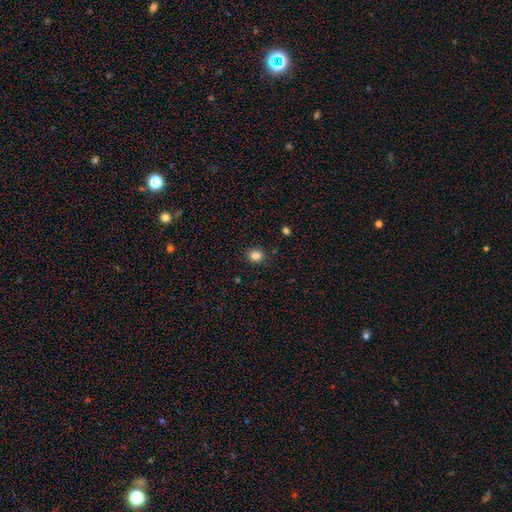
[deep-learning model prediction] smooth_or_featured: smooth (p=0.84) [alt: star or artifact p=0.11]
how_rounded: round (p=0.57) [alt: in between p=0.42]
merging: none (p=0.89) [alt: minor disturbance p=0.08]